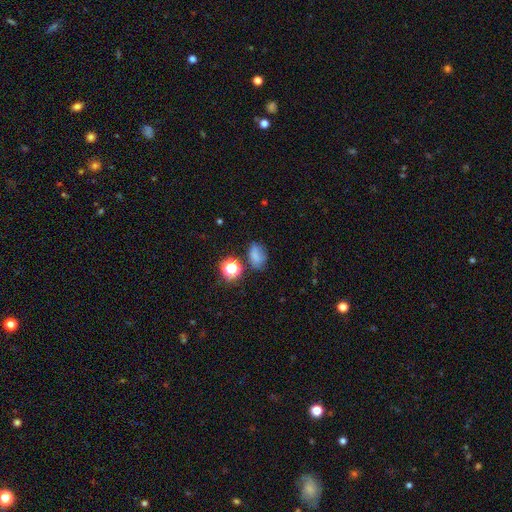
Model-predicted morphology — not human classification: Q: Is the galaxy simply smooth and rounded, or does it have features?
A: smooth — 65%.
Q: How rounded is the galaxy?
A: in between — 73%.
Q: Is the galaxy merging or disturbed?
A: none — 61%.